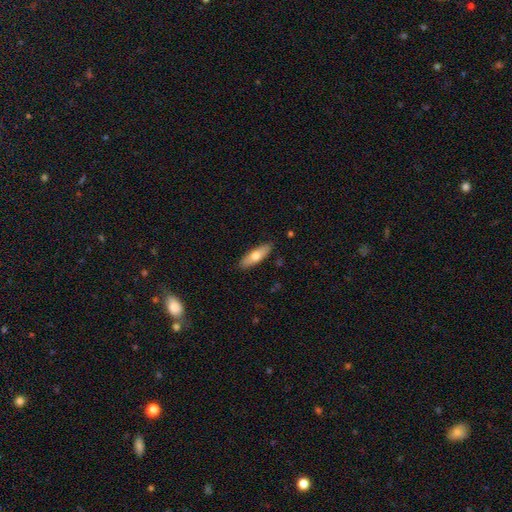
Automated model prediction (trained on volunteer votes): This appears to be a smooth galaxy with no disk features (68%) that is in between round and cigar-shaped (51%). Merging: none (88%).